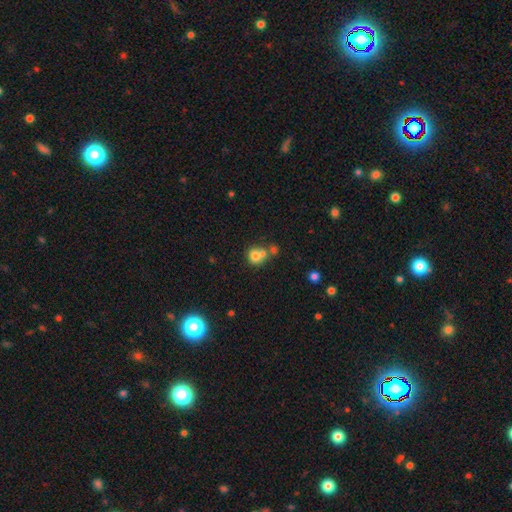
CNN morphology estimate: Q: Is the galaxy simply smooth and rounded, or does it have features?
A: smooth — 73%.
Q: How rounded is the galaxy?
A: round — 80%.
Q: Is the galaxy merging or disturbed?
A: merger — 50%.